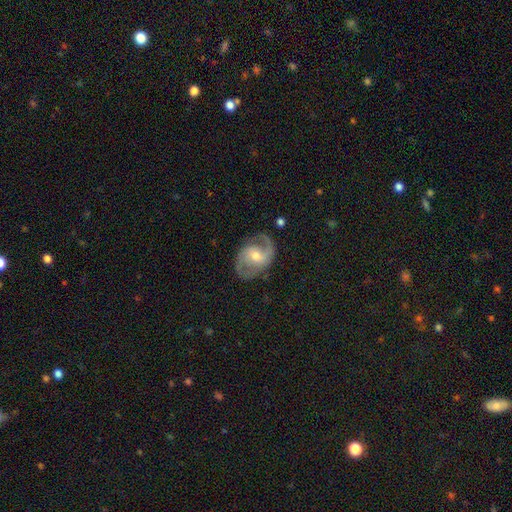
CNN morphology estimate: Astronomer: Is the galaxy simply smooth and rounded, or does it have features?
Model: featured or disk — 85%.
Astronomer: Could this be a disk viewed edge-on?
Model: no — 97%.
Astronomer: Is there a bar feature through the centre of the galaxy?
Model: weak — 47% (runner-up: no, 38%).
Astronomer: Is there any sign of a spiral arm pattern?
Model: yes — 95%.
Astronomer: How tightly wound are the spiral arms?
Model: medium — 55%.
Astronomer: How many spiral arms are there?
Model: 2 — 89%.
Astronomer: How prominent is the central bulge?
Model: moderate — 61%.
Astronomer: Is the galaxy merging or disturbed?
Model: none — 78%.